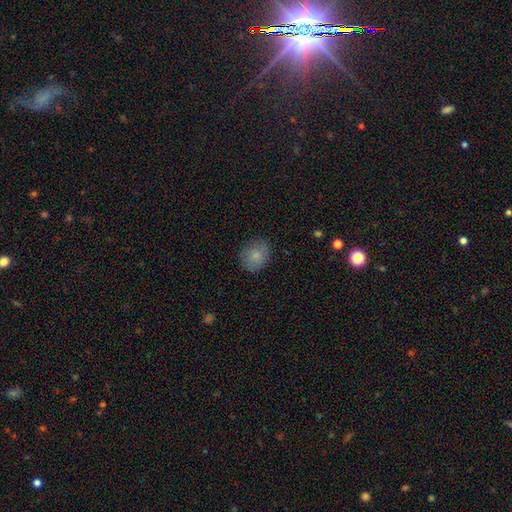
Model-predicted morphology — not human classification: Smooth or featured? Predicted: smooth (p=0.84). How rounded? Predicted: round (p=0.64). Merging? Predicted: none (p=0.84).